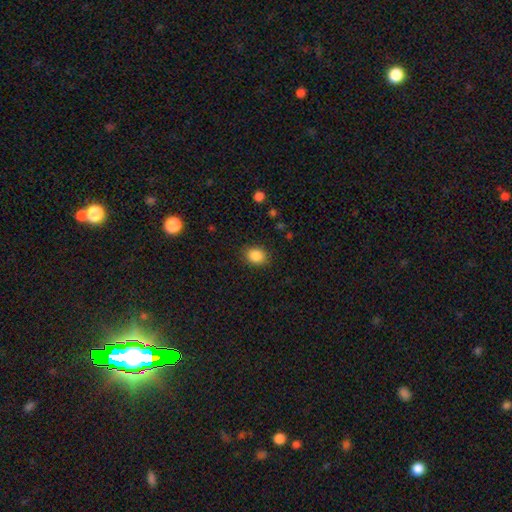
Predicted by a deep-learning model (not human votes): Smooth or featured?
  - smooth: 87% *
  - star or artifact: 9%
  - featured or disk: 4%
How rounded?
  - in between: 50% *
  - round: 49%
  - cigar-shaped: 1%
Merging?
  - none: 87% *
  - minor disturbance: 9%
  - major disturbance: 3%
  - merger: 1%